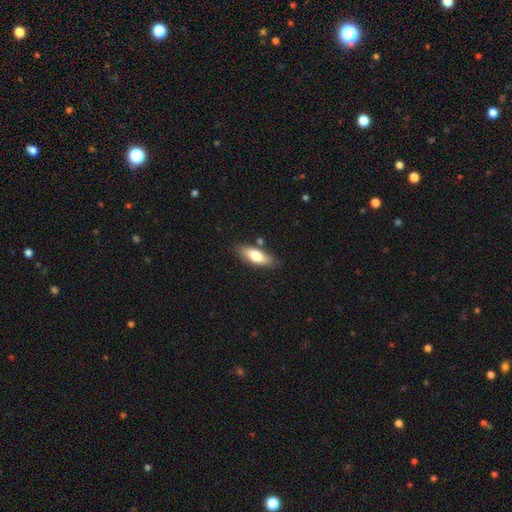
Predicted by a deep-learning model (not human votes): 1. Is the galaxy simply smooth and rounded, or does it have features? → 73% smooth, 21% featured or disk, 6% star or artifact.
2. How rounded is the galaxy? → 67% in between, 30% cigar-shaped, 2% round.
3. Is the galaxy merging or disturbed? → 79% none, 13% minor disturbance, 5% merger, 3% major disturbance.